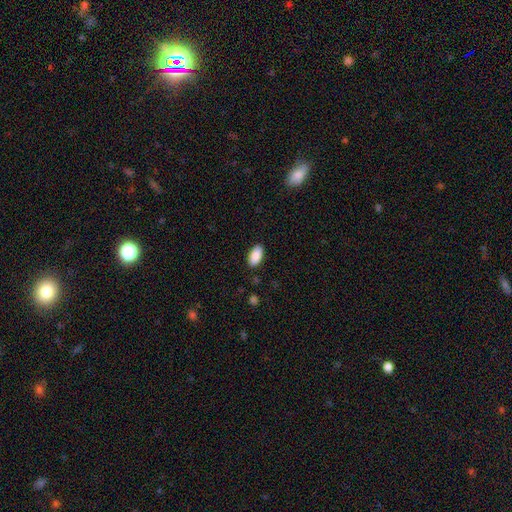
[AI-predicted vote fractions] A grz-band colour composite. It shows a smooth galaxy with no disk features (89%) that is in between round and cigar-shaped (94%). Merging: none (88%).